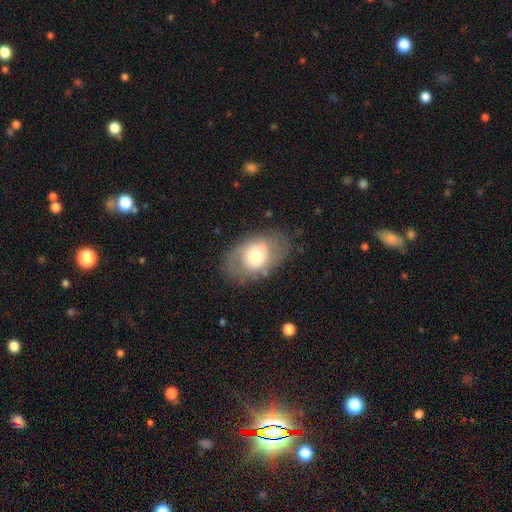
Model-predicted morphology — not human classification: This is possibly a smooth galaxy (52%). How rounded: likely in between (80%). Merging: likely none (68%).